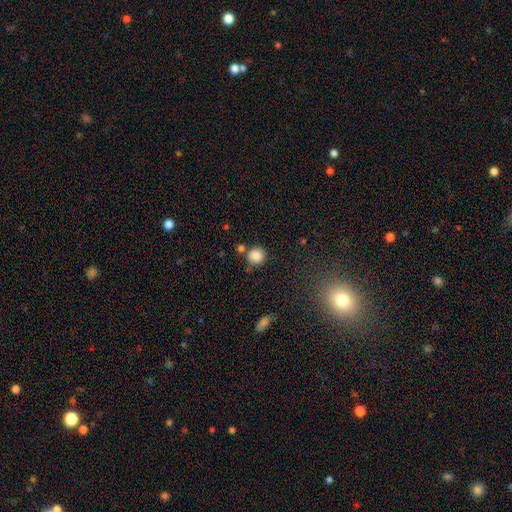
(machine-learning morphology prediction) Smooth or featured? Predicted: smooth (p=0.85). How rounded? Predicted: round (p=0.90). Merging? Predicted: none (p=0.72).